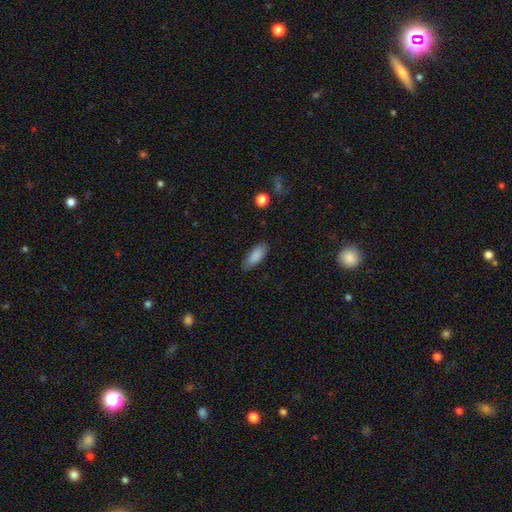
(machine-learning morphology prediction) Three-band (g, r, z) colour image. It shows a smooth galaxy with no disk features (87%) that is in between round and cigar-shaped (78%). Merging: none (81%).